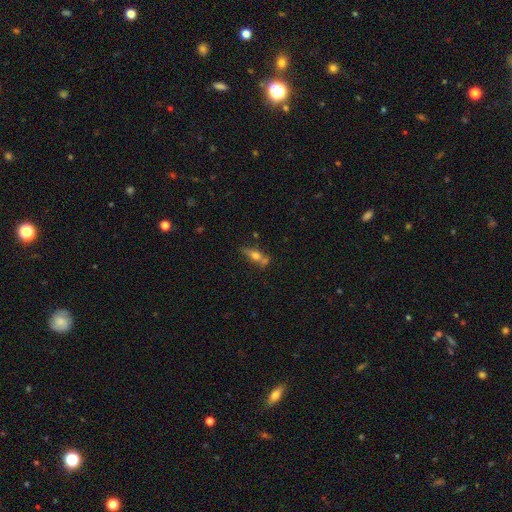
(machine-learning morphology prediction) Smooth or featured? smooth (46%)
Merging? none (53%)